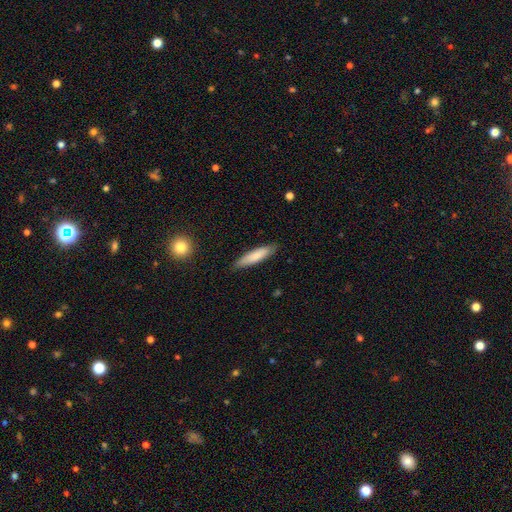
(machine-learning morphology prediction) smooth_or_featured: smooth (p=0.79) [alt: featured or disk p=0.15]
how_rounded: cigar-shaped (p=0.77) [alt: in between p=0.21]
merging: none (p=0.86) [alt: minor disturbance p=0.11]